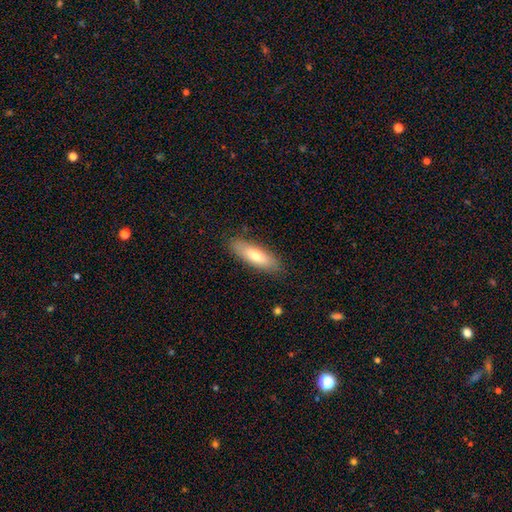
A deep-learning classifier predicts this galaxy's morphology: type=smooth (71%); roundness=in between (52%); merging=none (86%).